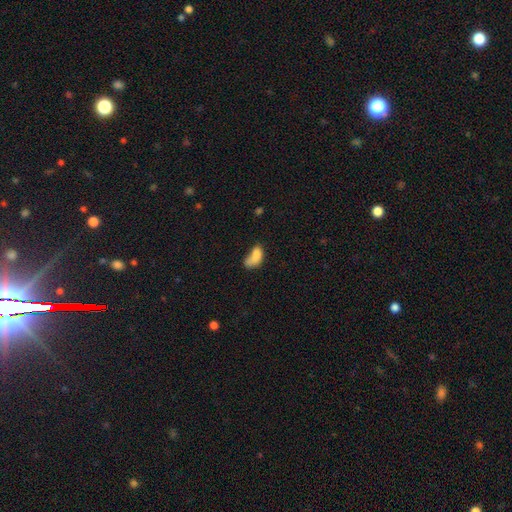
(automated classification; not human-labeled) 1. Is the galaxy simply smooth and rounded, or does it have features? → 73% smooth, 17% featured or disk, 10% star or artifact.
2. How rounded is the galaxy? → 87% in between, 8% round, 5% cigar-shaped.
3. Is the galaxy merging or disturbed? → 34% merger, 24% none, 23% major disturbance, 19% minor disturbance.